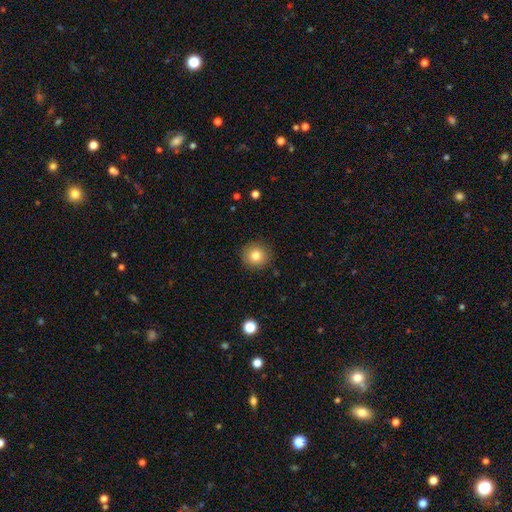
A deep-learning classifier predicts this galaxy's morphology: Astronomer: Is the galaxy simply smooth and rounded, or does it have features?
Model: smooth — 81%.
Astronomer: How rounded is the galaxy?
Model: round — 93%.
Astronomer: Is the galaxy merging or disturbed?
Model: none — 90%.